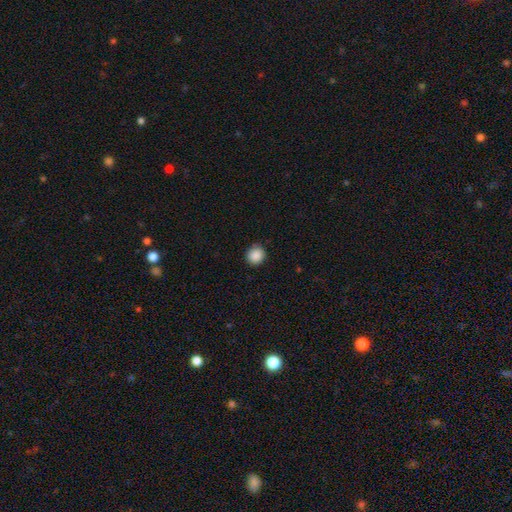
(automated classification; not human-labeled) This appears to be a smooth galaxy with no disk features (88%) that is round (90%). Merging: none (86%).